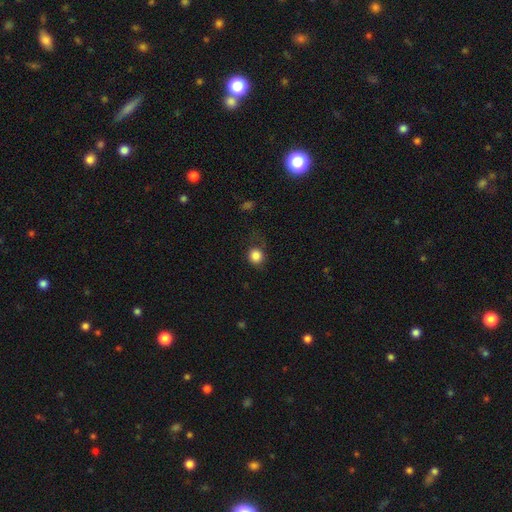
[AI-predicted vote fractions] Smooth or featured?
  - smooth: 85% *
  - star or artifact: 10%
  - featured or disk: 5%
How rounded?
  - round: 86% *
  - in between: 13%
  - cigar-shaped: 1%
Merging?
  - none: 70% *
  - minor disturbance: 19%
  - major disturbance: 9%
  - merger: 2%